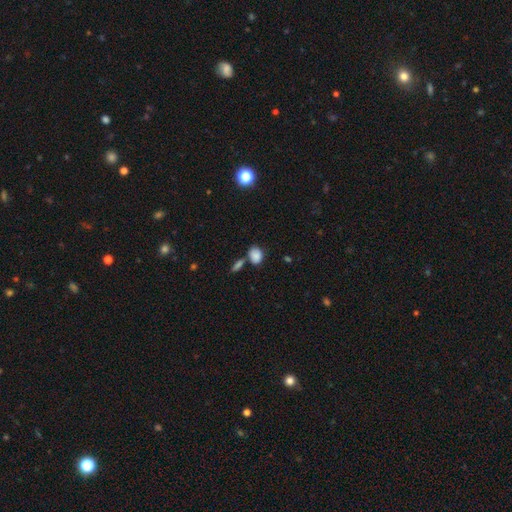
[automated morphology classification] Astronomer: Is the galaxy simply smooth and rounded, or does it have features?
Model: smooth — 84%.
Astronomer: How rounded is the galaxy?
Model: in between — 64%.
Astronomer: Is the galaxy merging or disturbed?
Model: none — 56%.